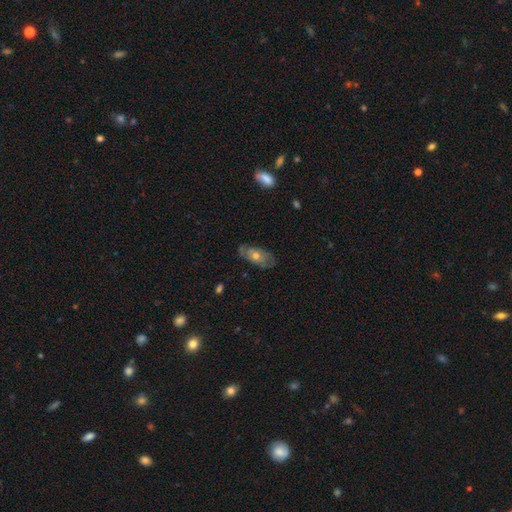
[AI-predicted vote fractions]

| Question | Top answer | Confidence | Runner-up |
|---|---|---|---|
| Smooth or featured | featured or disk | 49% | smooth (44%) |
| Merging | none | 68% | minor disturbance (23%) |